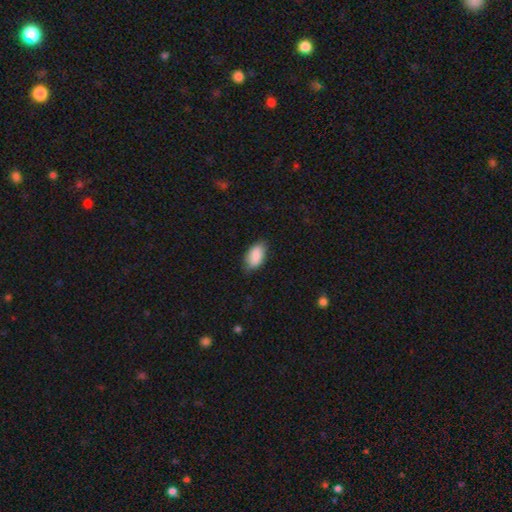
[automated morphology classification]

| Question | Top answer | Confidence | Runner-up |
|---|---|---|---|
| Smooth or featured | smooth | 88% | star or artifact (6%) |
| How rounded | in between | 94% | round (4%) |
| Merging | none | 76% | minor disturbance (20%) |